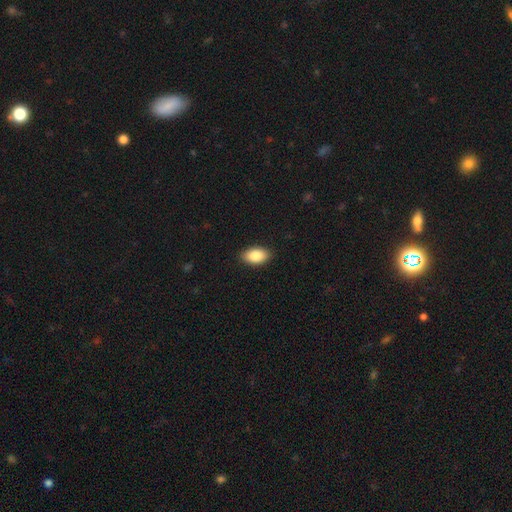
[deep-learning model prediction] Morphology: type=smooth (88%); roundness=in between (93%); merging=none (89%).